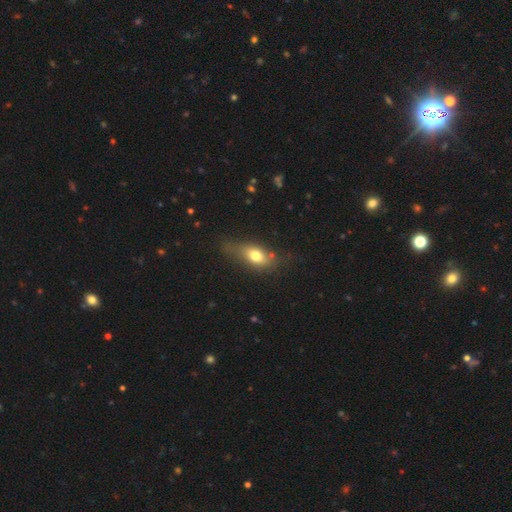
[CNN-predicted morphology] Smooth or featured? smooth (69%)
How rounded? in between (74%)
Merging? none (61%)